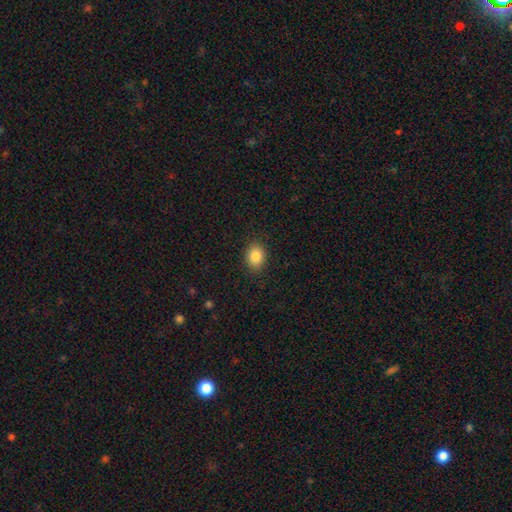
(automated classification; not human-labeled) Q: Smooth or featured?
A: smooth (85%); runner-up: star or artifact (9%)
Q: How rounded?
A: in between (61%); runner-up: round (38%)
Q: Merging?
A: none (89%); runner-up: minor disturbance (8%)